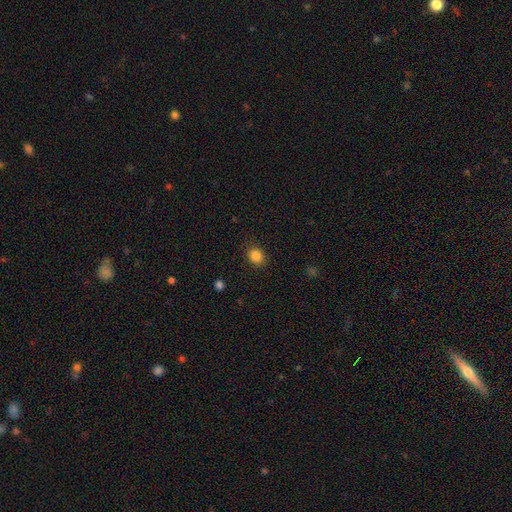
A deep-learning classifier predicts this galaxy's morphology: Smooth or featured: smooth — 85% (star or artifact — 11%)
How rounded: round — 68% (in between — 31%)
Merging: none — 86% (minor disturbance — 10%)